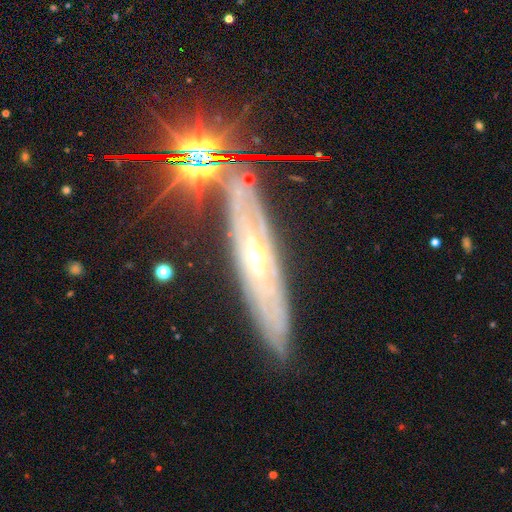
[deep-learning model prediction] This is likely a featured or disk galaxy (74%). It is possibly viewed edge-on (50%, tied with no). Merging: clearly none (81%).